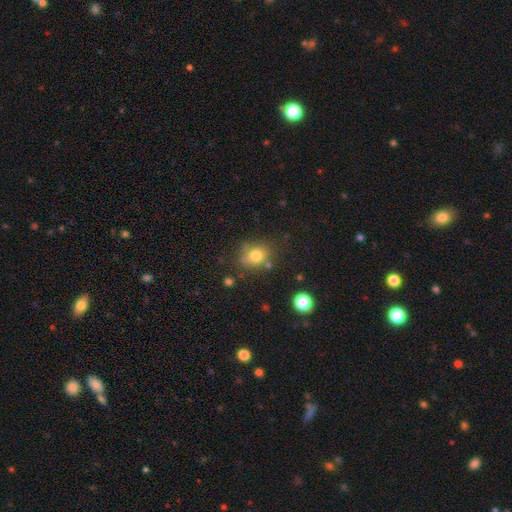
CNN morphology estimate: smooth 78%, star or artifact 12%, featured or disk 10%. Down the decision tree: how rounded — round (65%); merging — none (67%).